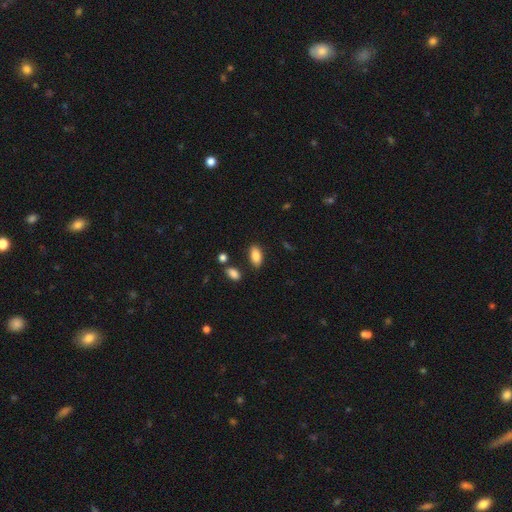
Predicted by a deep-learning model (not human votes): This appears to be a smooth galaxy with no disk features (88%) that is in between round and cigar-shaped (91%). Merging: none (83%).